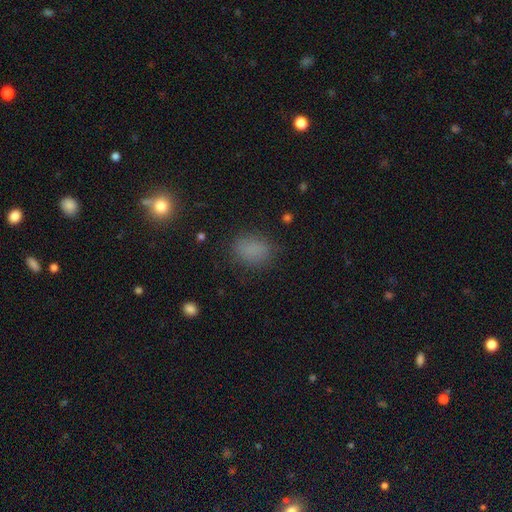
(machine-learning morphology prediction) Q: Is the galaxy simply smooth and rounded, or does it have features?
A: smooth — 80%.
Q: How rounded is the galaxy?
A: in between — 74%.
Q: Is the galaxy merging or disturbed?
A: none — 79%.